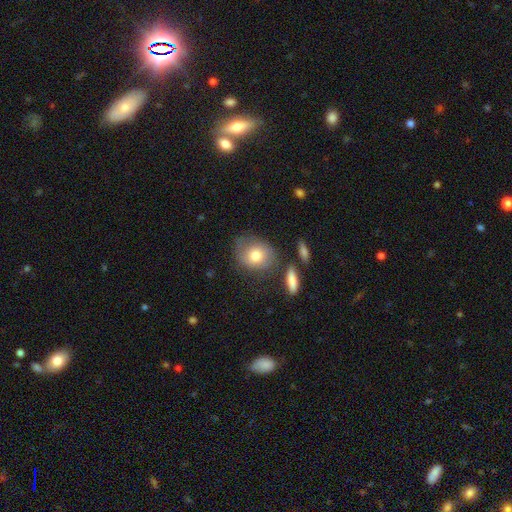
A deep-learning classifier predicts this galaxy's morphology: type=smooth (72%); roundness=round (60%); merging=none (64%).